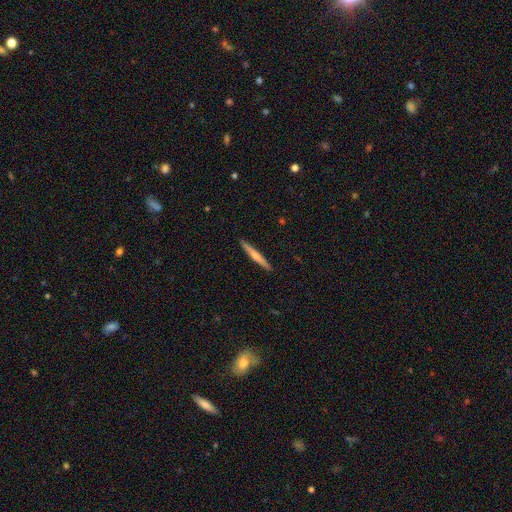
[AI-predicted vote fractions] smooth-or-featured: smooth: 53% | featured or disk: 42% | star or artifact: 5%
  how-rounded: cigar-shaped: 96% | in between: 3% | round: 1%
  merging: none: 92% | minor disturbance: 6% | major disturbance: 1% | merger: 1%